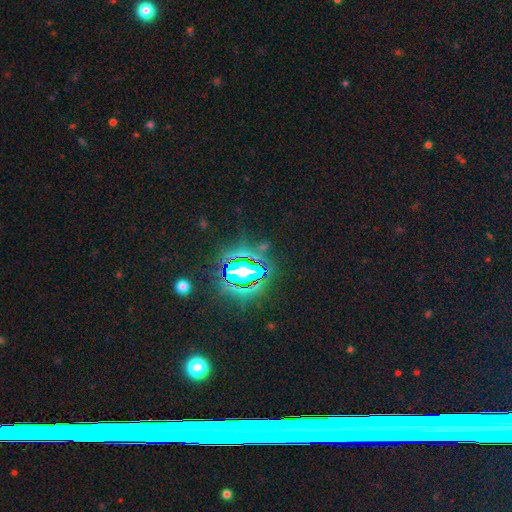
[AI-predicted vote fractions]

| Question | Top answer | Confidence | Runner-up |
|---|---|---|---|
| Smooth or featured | star or artifact | 79% | smooth (11%) |